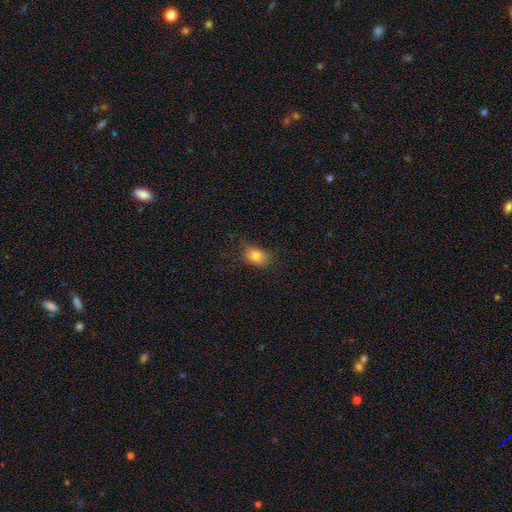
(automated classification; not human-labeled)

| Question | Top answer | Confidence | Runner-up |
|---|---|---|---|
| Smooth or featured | smooth | 84% | star or artifact (10%) |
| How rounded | in between | 78% | round (20%) |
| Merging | none | 74% | minor disturbance (19%) |